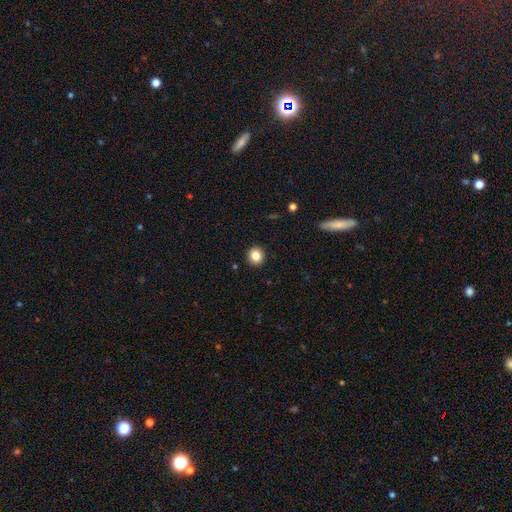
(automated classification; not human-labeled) The model was most divided on "smooth or featured": smooth: 84%, star or artifact: 10%, featured or disk: 6%. More confident: merging — none (92%); how rounded — round (87%).